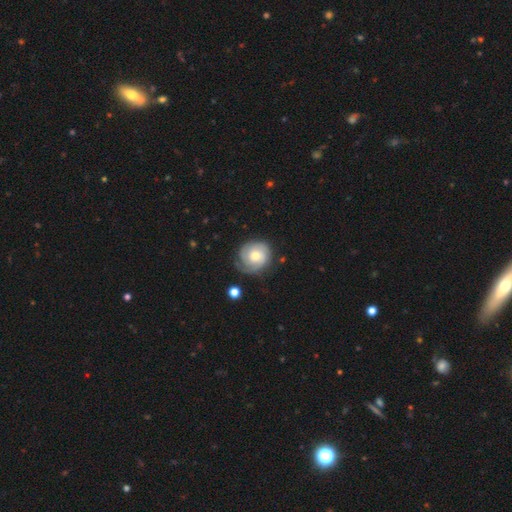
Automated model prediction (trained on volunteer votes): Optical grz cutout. It shows a featured or disk galaxy (67%) with no bar (75%), 2 (33%) tight (68%) spiral arms (91%) and a moderate central bulge (64%). Merging: none (70%).